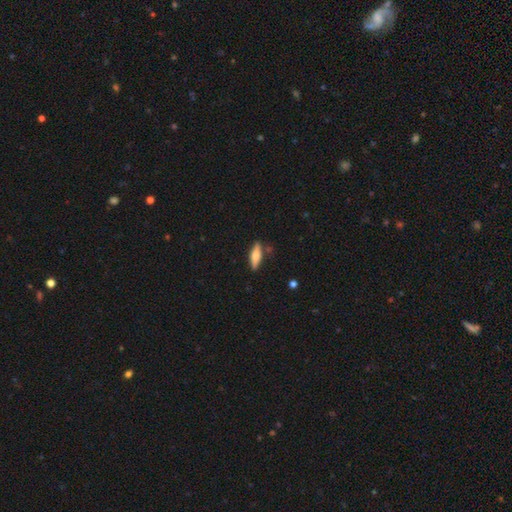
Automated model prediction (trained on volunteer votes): smooth_or_featured: smooth (p=0.59) [alt: featured or disk p=0.35]
how_rounded: cigar-shaped (p=0.56) [alt: in between p=0.42]
merging: none (p=0.81) [alt: minor disturbance p=0.13]